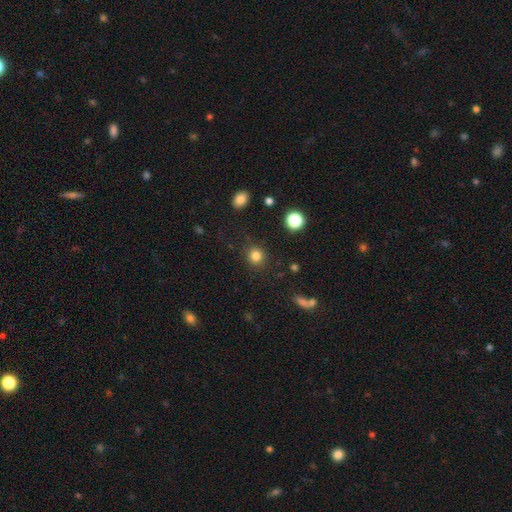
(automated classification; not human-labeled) This is clearly a smooth galaxy (82%). How rounded: clearly round (89%). Merging: clearly none (88%).